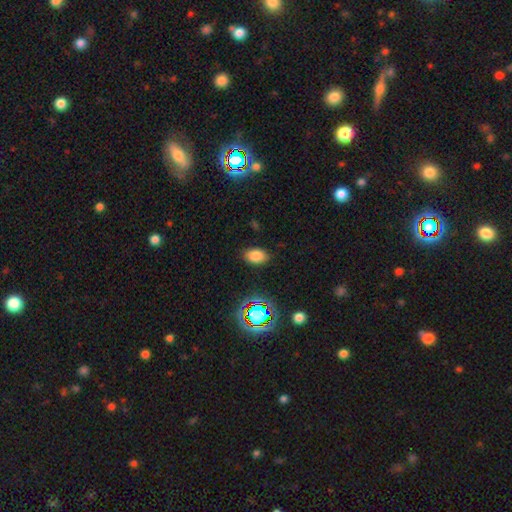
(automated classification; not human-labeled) Morphology: type=smooth (78%); roundness=in between (87%); merging=none (85%).